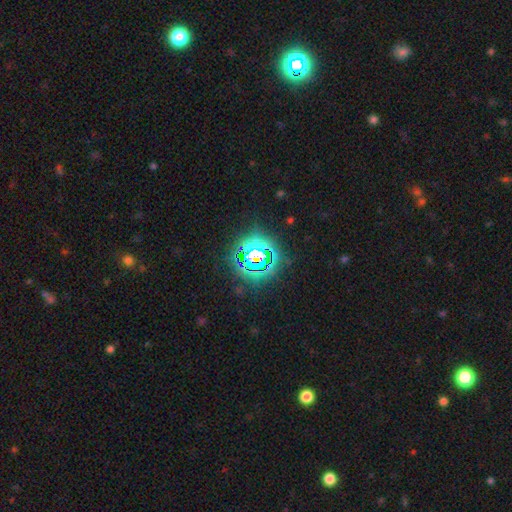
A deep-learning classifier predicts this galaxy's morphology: type=star or artifact (78%).